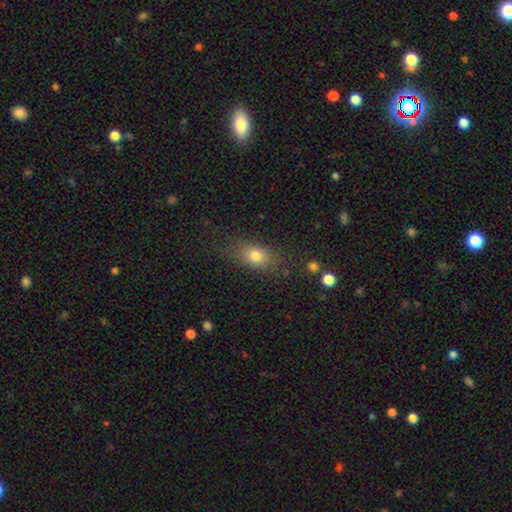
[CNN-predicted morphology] This is likely a smooth galaxy (77%). How rounded: likely in between (68%). Merging: likely none (72%).